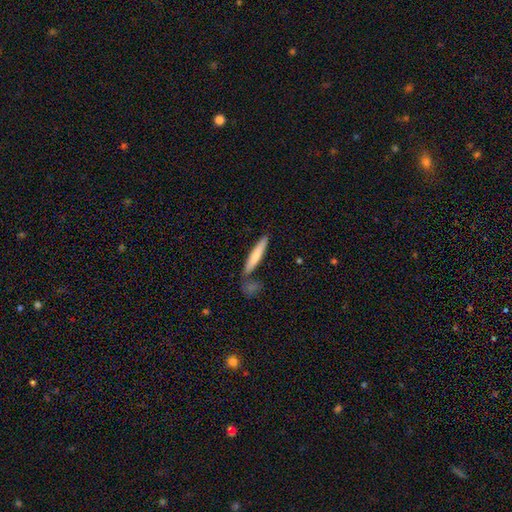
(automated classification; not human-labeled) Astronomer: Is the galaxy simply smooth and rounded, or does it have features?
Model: smooth — 72%.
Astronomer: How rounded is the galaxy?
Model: cigar-shaped — 91%.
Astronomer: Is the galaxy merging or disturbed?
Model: none — 74%.